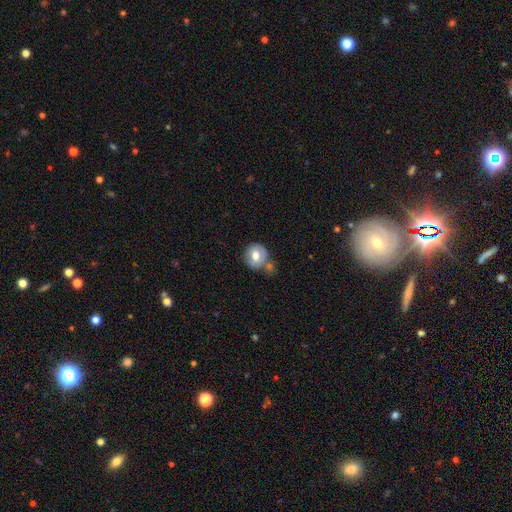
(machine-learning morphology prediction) Smooth or featured? Predicted: smooth (p=0.67). How rounded? Predicted: round (p=0.84). Merging? Predicted: none (p=0.52).